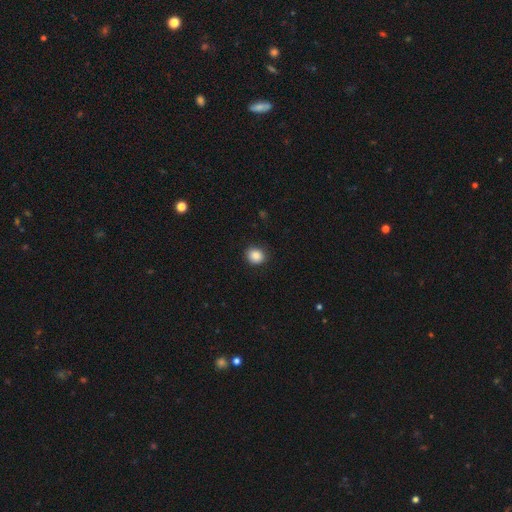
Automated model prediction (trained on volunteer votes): Morphology: type=smooth (87%); roundness=round (76%); merging=none (90%).